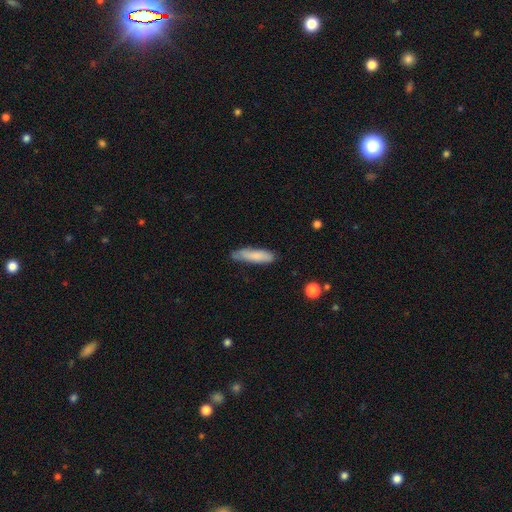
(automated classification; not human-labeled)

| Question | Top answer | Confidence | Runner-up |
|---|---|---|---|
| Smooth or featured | smooth | 81% | featured or disk (13%) |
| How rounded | cigar-shaped | 71% | in between (28%) |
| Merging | none | 69% | minor disturbance (24%) |